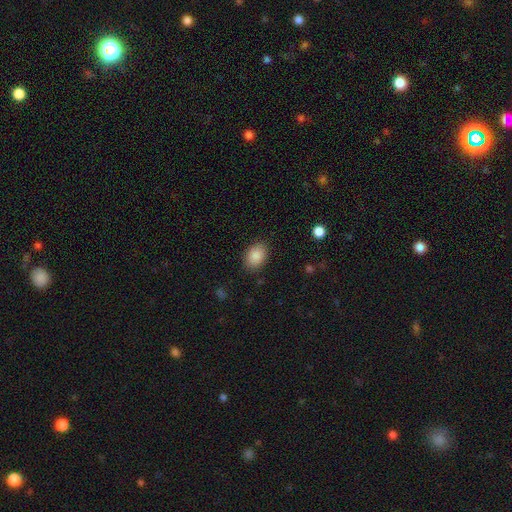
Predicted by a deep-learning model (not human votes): Overall: smooth (88%). How rounded: in between (78%). Merging: none (86%).